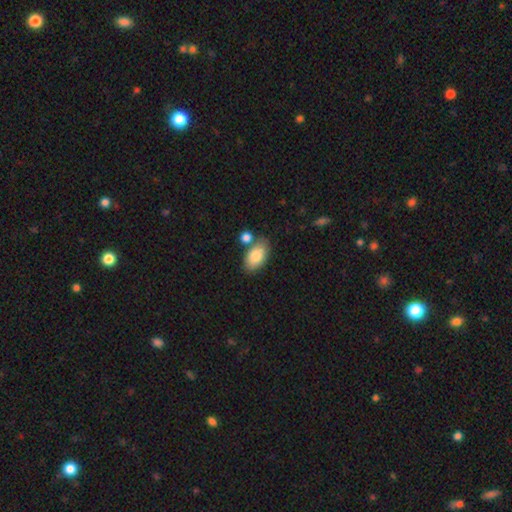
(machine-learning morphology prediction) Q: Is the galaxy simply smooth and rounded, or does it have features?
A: smooth — 83%.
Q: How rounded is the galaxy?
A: in between — 93%.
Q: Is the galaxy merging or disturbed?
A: none — 66%.